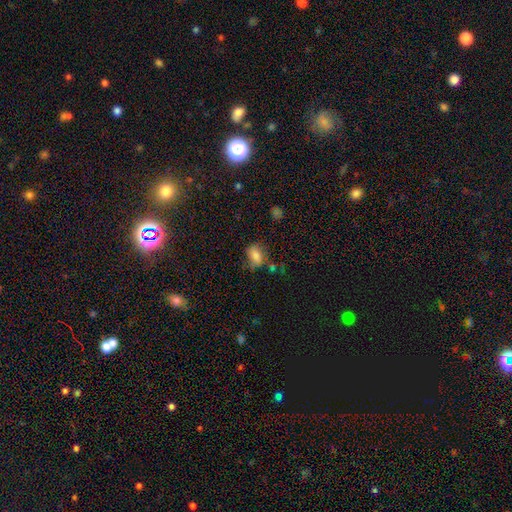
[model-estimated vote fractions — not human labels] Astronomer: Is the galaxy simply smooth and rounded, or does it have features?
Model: smooth — 78%.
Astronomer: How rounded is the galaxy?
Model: in between — 80%.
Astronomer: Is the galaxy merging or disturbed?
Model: none — 59%.